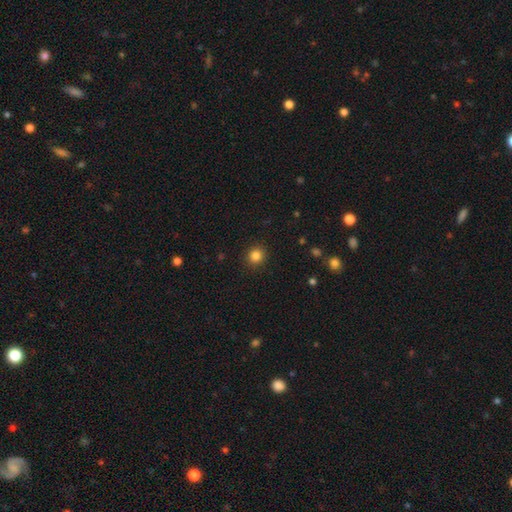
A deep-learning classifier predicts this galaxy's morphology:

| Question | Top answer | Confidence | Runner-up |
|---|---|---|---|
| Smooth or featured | smooth | 84% | star or artifact (12%) |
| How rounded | round | 89% | in between (10%) |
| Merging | none | 91% | minor disturbance (6%) |